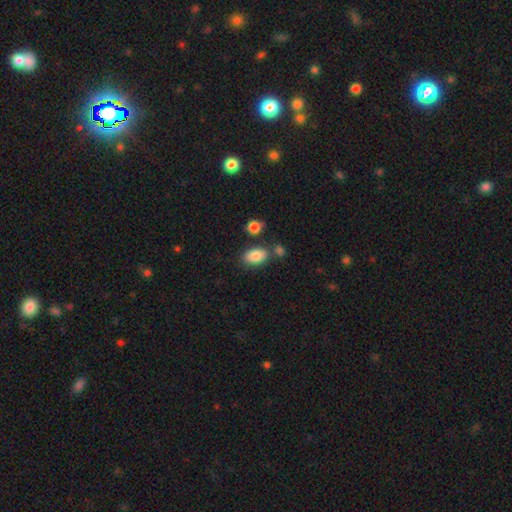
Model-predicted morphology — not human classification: smooth_or_featured: smooth (p=0.85) [alt: star or artifact p=0.08]
how_rounded: in between (p=0.89) [alt: round p=0.09]
merging: none (p=0.71) [alt: minor disturbance p=0.13]